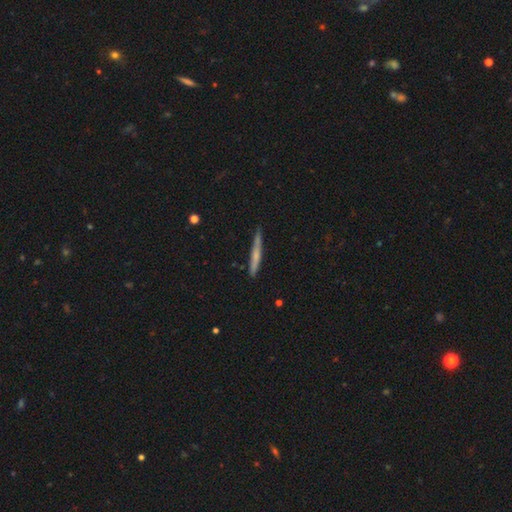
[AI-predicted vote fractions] Smooth or featured?
  - smooth: 52% *
  - featured or disk: 41%
  - star or artifact: 6%
How rounded?
  - cigar-shaped: 96% *
  - in between: 3%
  - round: 2%
Merging?
  - none: 84% *
  - minor disturbance: 12%
  - major disturbance: 2%
  - merger: 2%